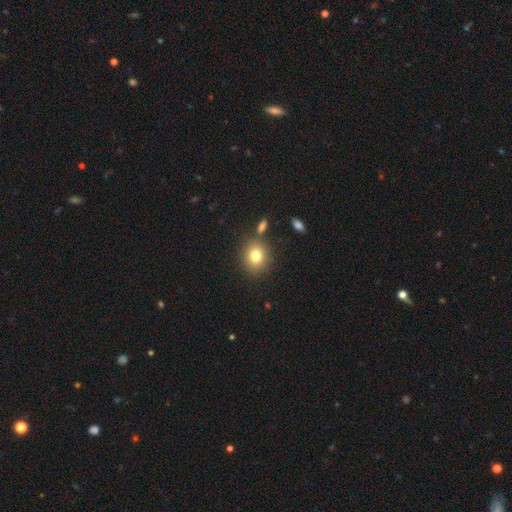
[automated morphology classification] This is likely a smooth galaxy (78%). How rounded: likely round (73%). Merging: likely none (78%).